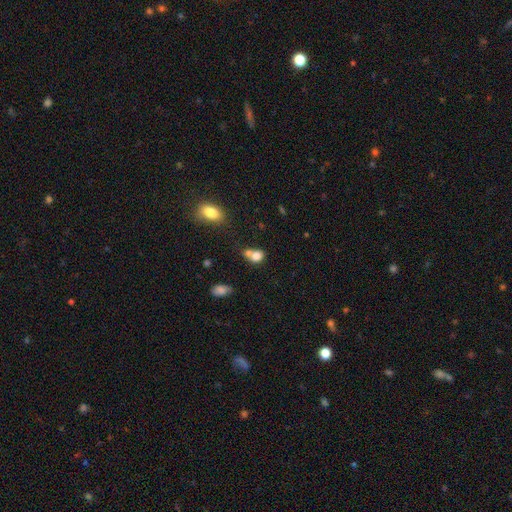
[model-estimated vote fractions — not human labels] Overall: smooth (79%). How rounded: round (53%; in between 45%). Merging: merger (50%; none 33%).